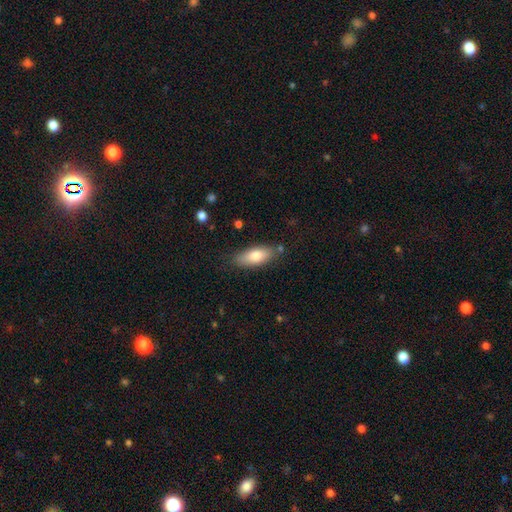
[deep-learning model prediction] Overall: smooth (76%). How rounded: in between (77%). Merging: none (80%).